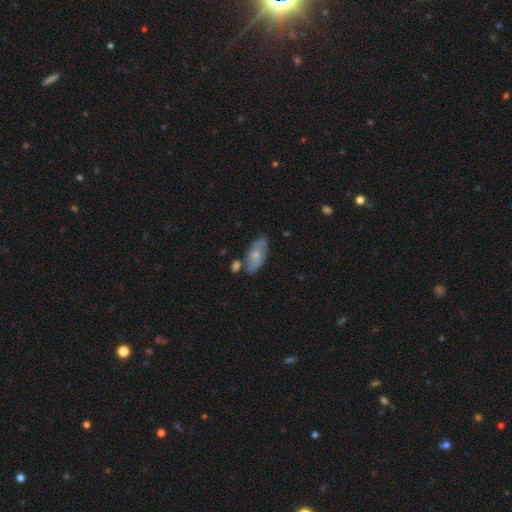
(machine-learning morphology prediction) smooth 52%, featured or disk 42%, star or artifact 6%. Down the decision tree: how rounded — in between (88%); merging — none (62%).